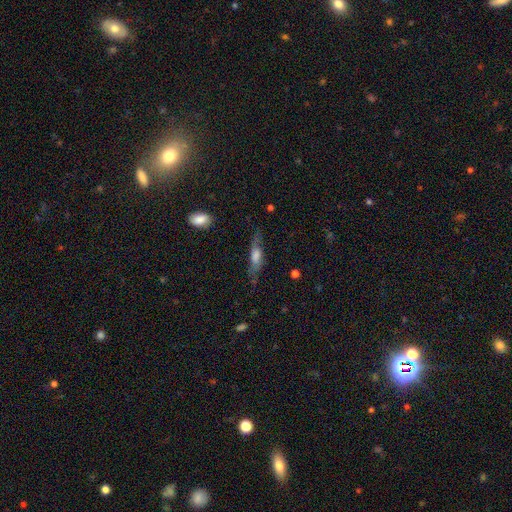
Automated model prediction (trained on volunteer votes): Smooth or featured?
  - smooth: 49% *
  - featured or disk: 43%
  - star or artifact: 8%
Merging?
  - none: 69% *
  - minor disturbance: 21%
  - major disturbance: 8%
  - merger: 2%